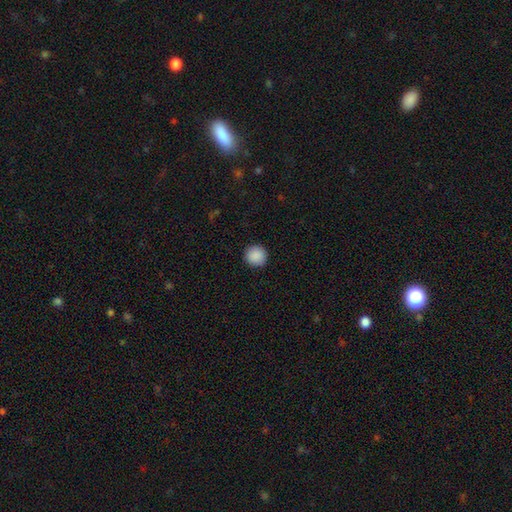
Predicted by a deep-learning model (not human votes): The model was most divided on "smooth or featured": smooth: 90%, star or artifact: 8%, featured or disk: 2%. More confident: how rounded — round (95%); merging — none (93%).